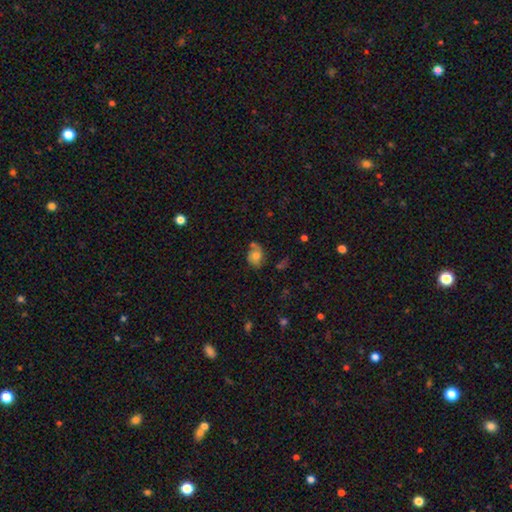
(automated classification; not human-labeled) Morphology: type=smooth (61%); roundness=in between (54%); merging=none (47%).